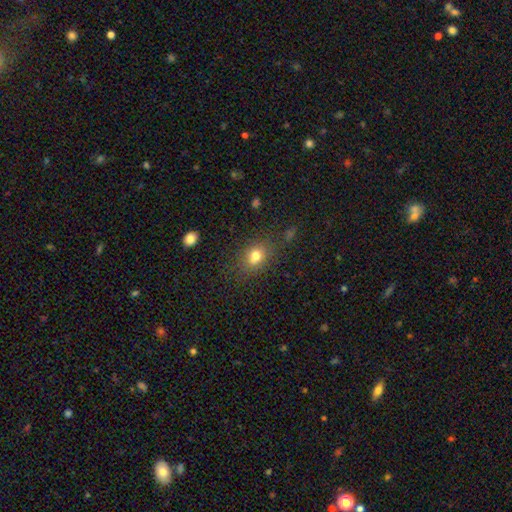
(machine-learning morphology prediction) This is likely a smooth galaxy (76%). How rounded: possibly in between (52%). Merging: likely none (76%).